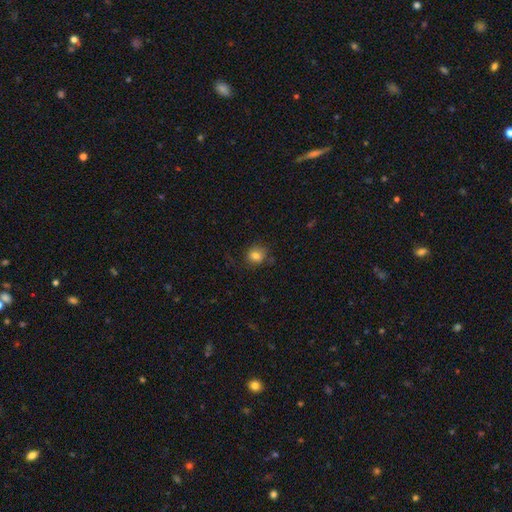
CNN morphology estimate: smooth 80%, star or artifact 11%, featured or disk 9%. Down the decision tree: how rounded — round (75%); merging — none (76%).